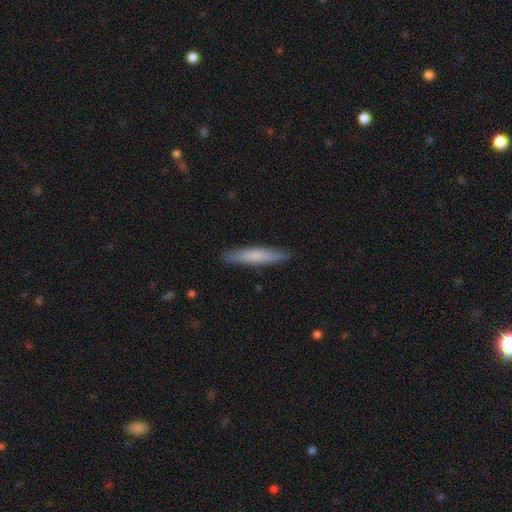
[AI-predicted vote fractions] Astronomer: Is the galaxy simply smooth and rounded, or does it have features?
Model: smooth — 69%.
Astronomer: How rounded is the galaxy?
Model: cigar-shaped — 92%.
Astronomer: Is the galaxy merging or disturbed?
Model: none — 90%.